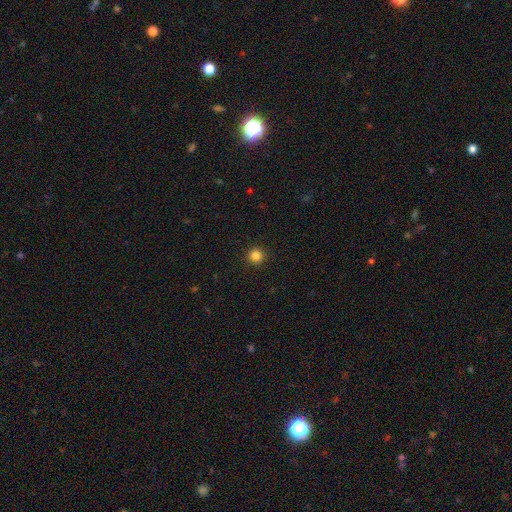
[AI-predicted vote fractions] A smooth galaxy with no disk features (84%) that is round (96%). Merging: none (93%).